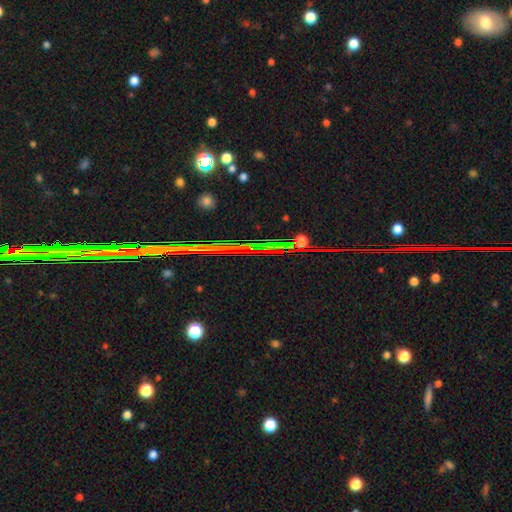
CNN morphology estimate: This is likely a star or artifact rather than a galaxy (78%).